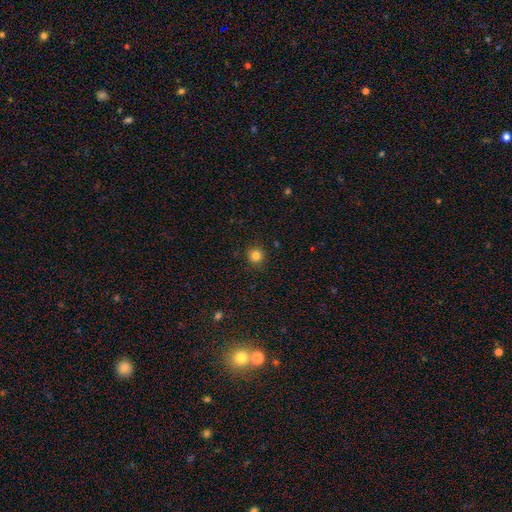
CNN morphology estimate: A smooth galaxy with no disk features (83%) that is round (94%). Merging: none (90%).